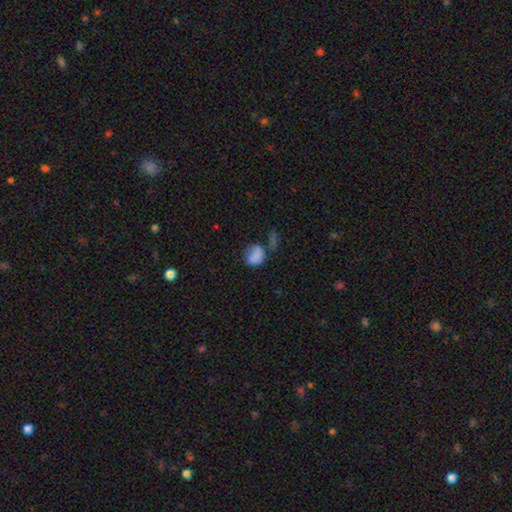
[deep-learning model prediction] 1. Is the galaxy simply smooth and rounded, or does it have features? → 76% smooth, 12% featured or disk, 12% star or artifact.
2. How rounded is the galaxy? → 52% round, 47% in between, 1% cigar-shaped.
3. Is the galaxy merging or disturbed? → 37% none, 25% minor disturbance, 20% major disturbance, 18% merger.